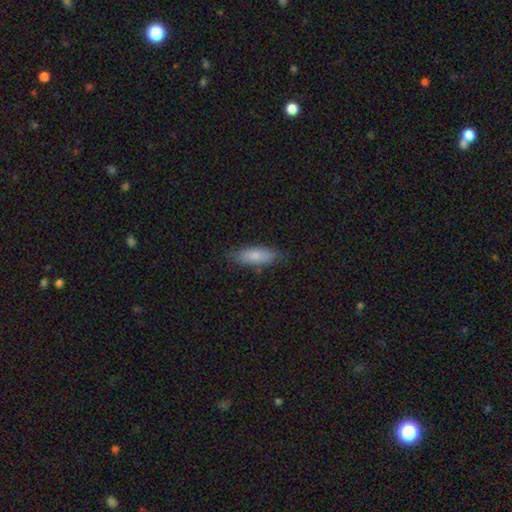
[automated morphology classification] smooth_or_featured: smooth (p=0.80) [alt: featured or disk p=0.14]
how_rounded: in between (p=0.67) [alt: cigar-shaped p=0.31]
merging: none (p=0.80) [alt: minor disturbance p=0.16]